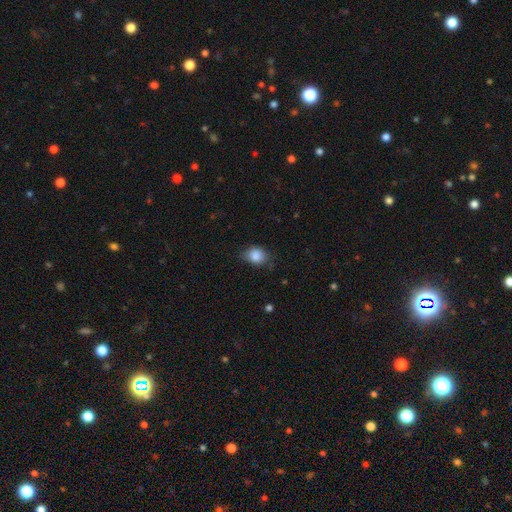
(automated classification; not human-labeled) Q: Smooth or featured?
A: smooth (86%); runner-up: star or artifact (9%)
Q: How rounded?
A: in between (55%); runner-up: round (44%)
Q: Merging?
A: none (67%); runner-up: minor disturbance (27%)